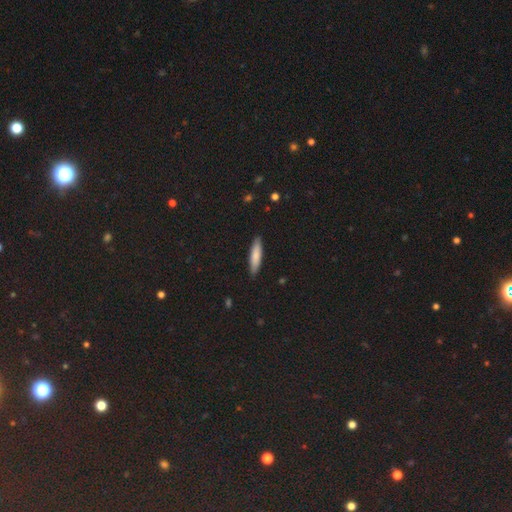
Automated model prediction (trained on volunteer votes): Smooth or featured: smooth — 78% (featured or disk — 15%)
How rounded: cigar-shaped — 79% (in between — 20%)
Merging: none — 90% (minor disturbance — 8%)